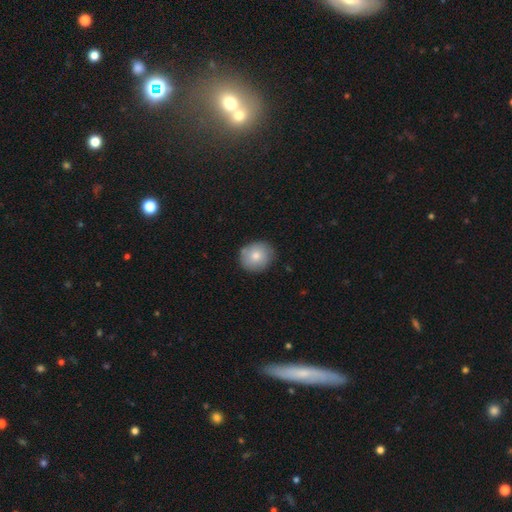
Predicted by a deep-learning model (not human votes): Smooth or featured? Predicted: smooth (p=0.78). How rounded? Predicted: round (p=0.83). Merging? Predicted: none (p=0.83).